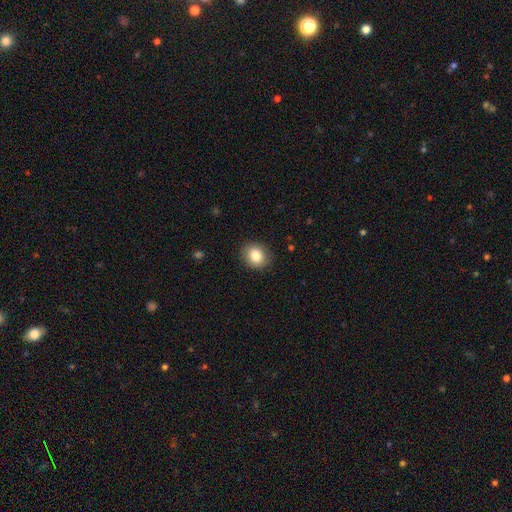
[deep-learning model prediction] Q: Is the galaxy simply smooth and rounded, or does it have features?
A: smooth — 84%.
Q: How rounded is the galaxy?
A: round — 65%.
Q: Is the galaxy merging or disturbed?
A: none — 89%.